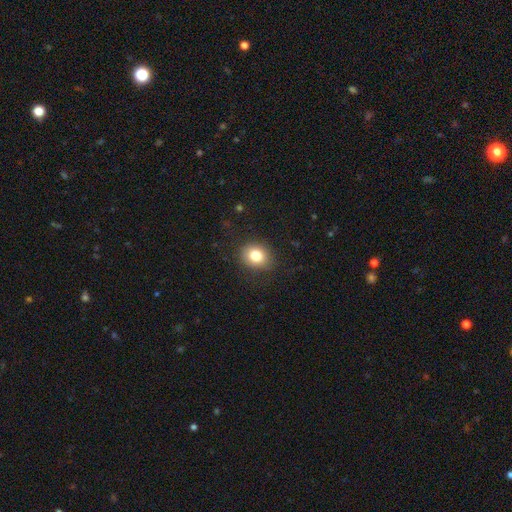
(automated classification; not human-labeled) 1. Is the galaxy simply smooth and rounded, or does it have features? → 81% smooth, 11% star or artifact, 9% featured or disk.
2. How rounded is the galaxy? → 64% round, 35% in between, 1% cigar-shaped.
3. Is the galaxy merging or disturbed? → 86% none, 10% minor disturbance, 3% major disturbance, 1% merger.